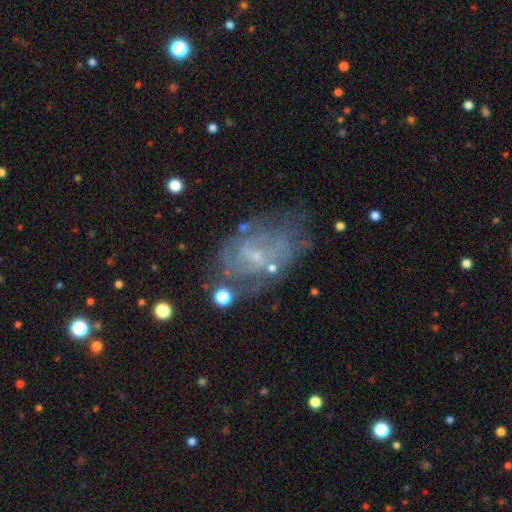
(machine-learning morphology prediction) smooth_or_featured: featured or disk (p=0.69) [alt: smooth p=0.18]
disk_edge_on: no (p=0.96) [alt: yes p=0.04]
bar: no (p=0.50) [alt: weak p=0.40]
has_spiral_arms: yes (p=0.67) [alt: no p=0.33]
bulge_size: small (p=0.65) [alt: none p=0.20]
merging: none (p=0.56) [alt: minor disturbance p=0.22]